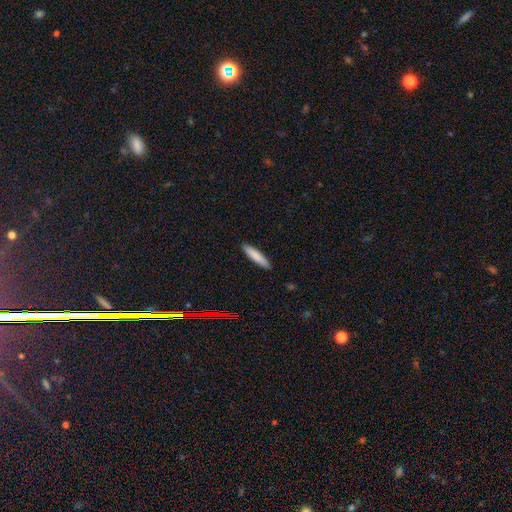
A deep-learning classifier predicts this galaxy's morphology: This is clearly a smooth galaxy (82%). How rounded: clearly cigar-shaped (87%). Merging: clearly none (90%).